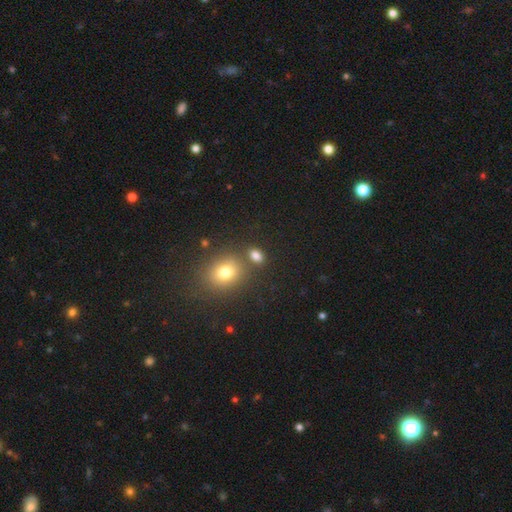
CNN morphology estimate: This appears to be a smooth galaxy with no disk features (79%) that is in between round and cigar-shaped (75%). Merging: none (70%).